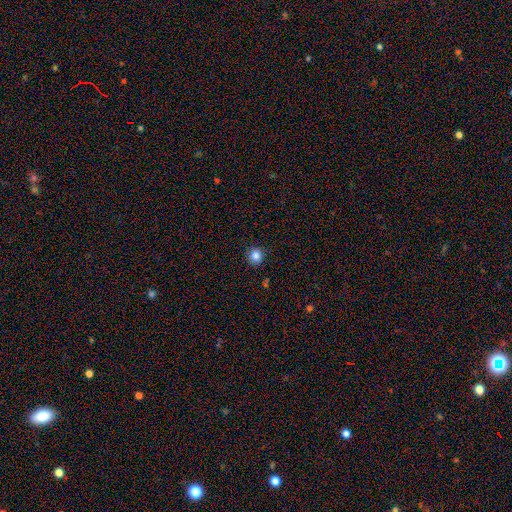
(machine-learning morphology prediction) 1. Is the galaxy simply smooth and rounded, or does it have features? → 84% smooth, 11% star or artifact, 5% featured or disk.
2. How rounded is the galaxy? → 90% round, 10% in between, 1% cigar-shaped.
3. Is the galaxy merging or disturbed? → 90% none, 7% minor disturbance, 2% major disturbance, 1% merger.